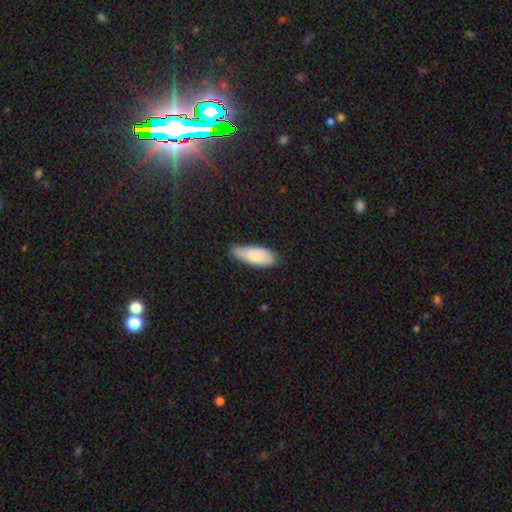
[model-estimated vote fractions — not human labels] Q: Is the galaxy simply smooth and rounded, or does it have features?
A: smooth — 77%.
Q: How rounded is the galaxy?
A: in between — 79%.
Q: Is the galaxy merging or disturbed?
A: none — 60%.